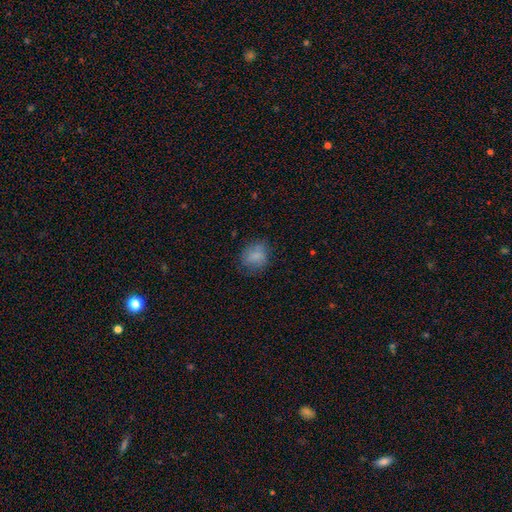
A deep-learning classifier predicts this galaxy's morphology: A smooth galaxy with no disk features (76%) that is round (58%). Merging: none (69%).